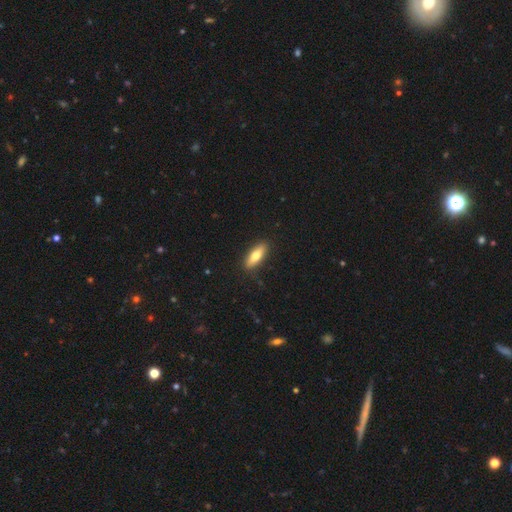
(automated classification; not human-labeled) Smooth or featured? Predicted: smooth (p=0.72). How rounded? Predicted: in between (p=0.55). Merging? Predicted: none (p=0.88).